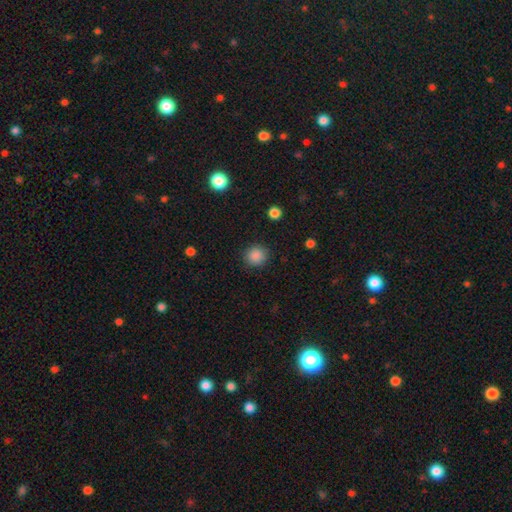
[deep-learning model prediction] This appears to be a smooth galaxy with no disk features (87%) that is round (89%). Merging: none (89%).